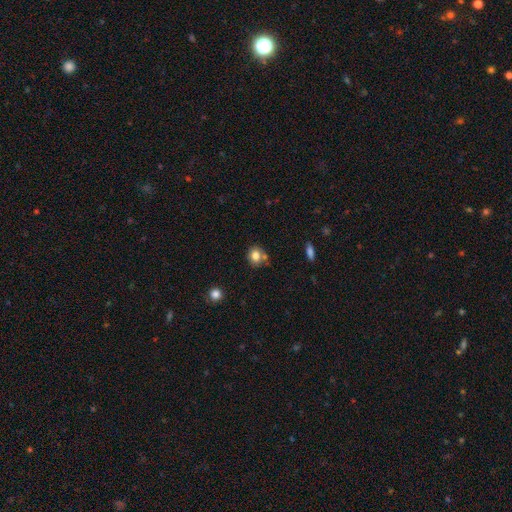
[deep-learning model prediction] Morphology: type=smooth (80%); roundness=round (74%); merging=none (65%).